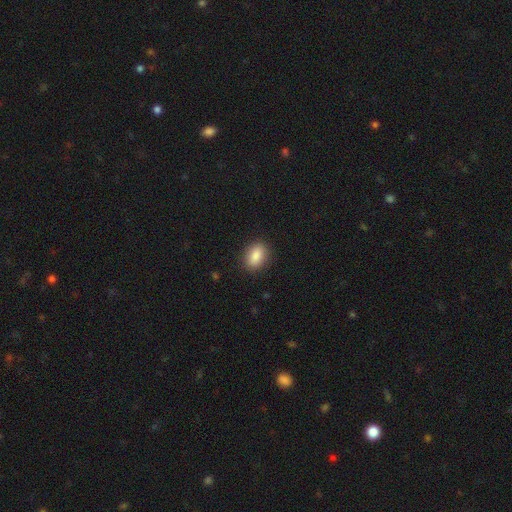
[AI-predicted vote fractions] A smooth galaxy with no disk features (87%) that is in between round and cigar-shaped (82%). Merging: none (88%).